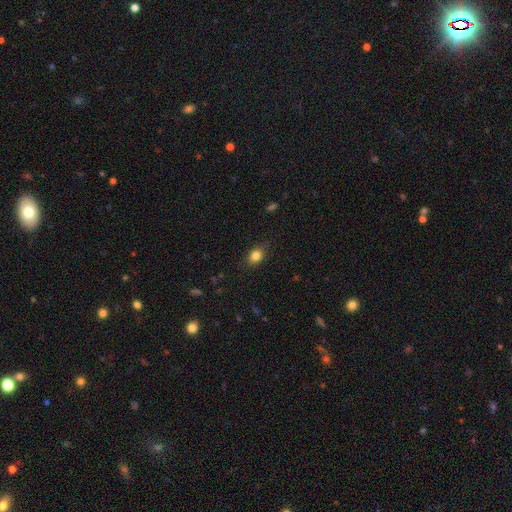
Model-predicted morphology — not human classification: This is clearly a smooth galaxy (83%). How rounded: likely in between (65%). Merging: clearly none (83%).